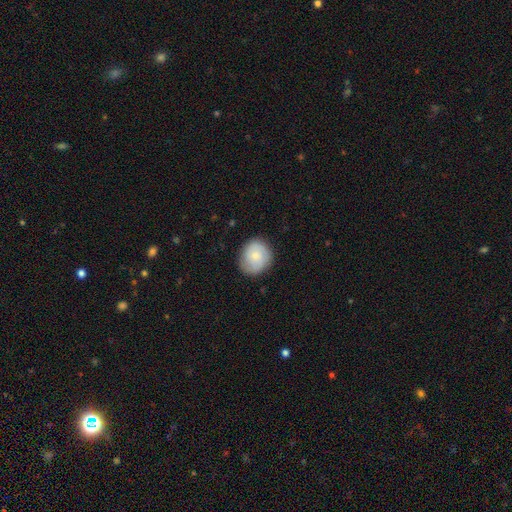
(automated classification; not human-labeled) Smooth or featured: smooth — 70% (featured or disk — 24%)
How rounded: round — 74% (in between — 25%)
Merging: none — 80% (minor disturbance — 16%)